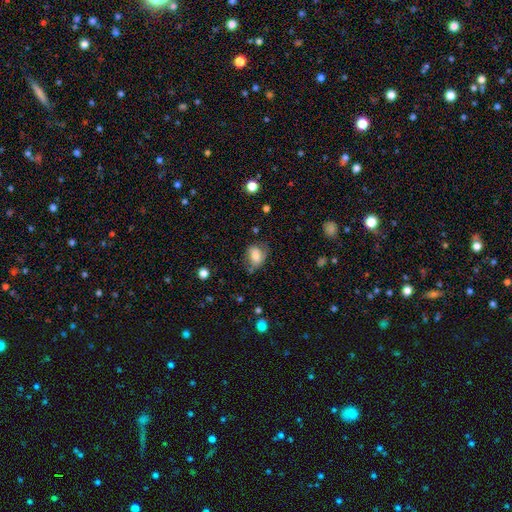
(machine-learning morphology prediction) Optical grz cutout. It shows a smooth galaxy with no disk features (65%) that is in between round and cigar-shaped (64%). Merging: none (57%).